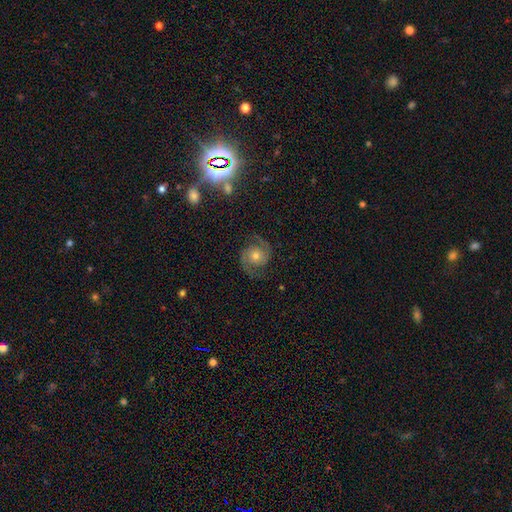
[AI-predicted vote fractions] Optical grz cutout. It shows a featured or disk galaxy (85%) with no bar (74%), 2 (93%) medium (54%) spiral arms (98%) and a moderate central bulge (59%). Merging: none (82%).